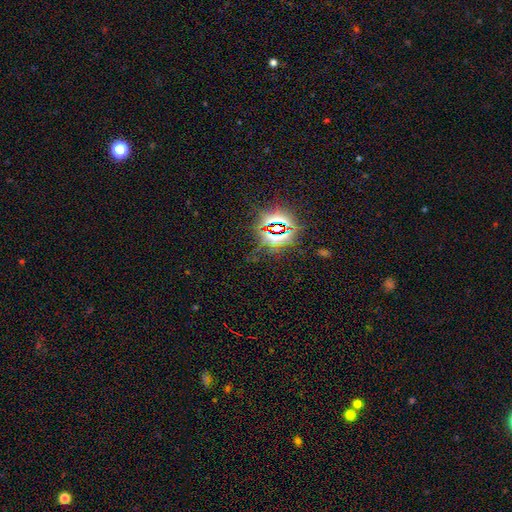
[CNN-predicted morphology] type=star or artifact (83%).